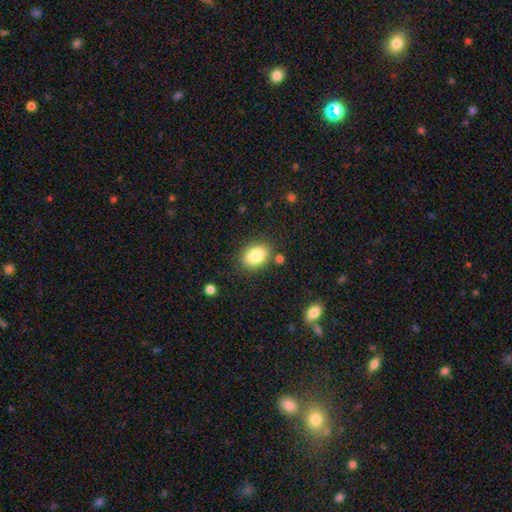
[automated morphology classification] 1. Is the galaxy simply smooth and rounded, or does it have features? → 85% smooth, 8% star or artifact, 7% featured or disk.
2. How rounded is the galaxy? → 73% in between, 26% round, 1% cigar-shaped.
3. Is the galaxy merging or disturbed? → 81% none, 11% minor disturbance, 4% merger, 3% major disturbance.